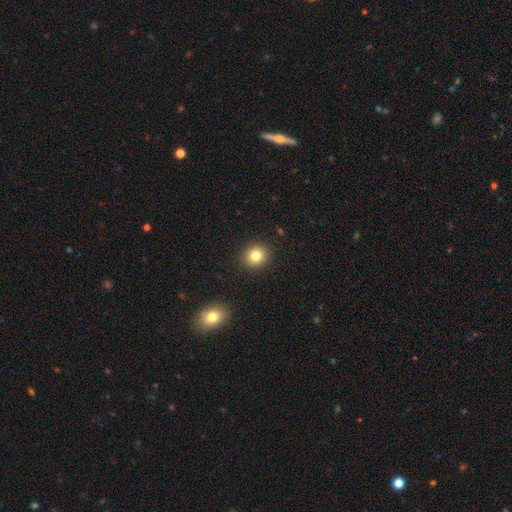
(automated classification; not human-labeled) Overall: smooth (82%). How rounded: round (78%). Merging: none (91%).